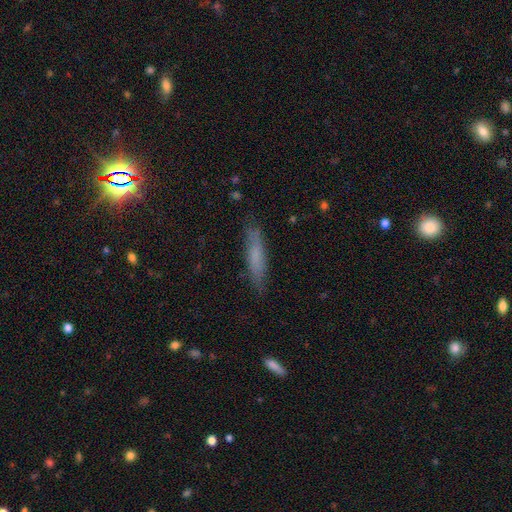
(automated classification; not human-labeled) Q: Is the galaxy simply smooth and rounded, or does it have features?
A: smooth — 62%.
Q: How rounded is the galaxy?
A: cigar-shaped — 86%.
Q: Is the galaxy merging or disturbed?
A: none — 82%.